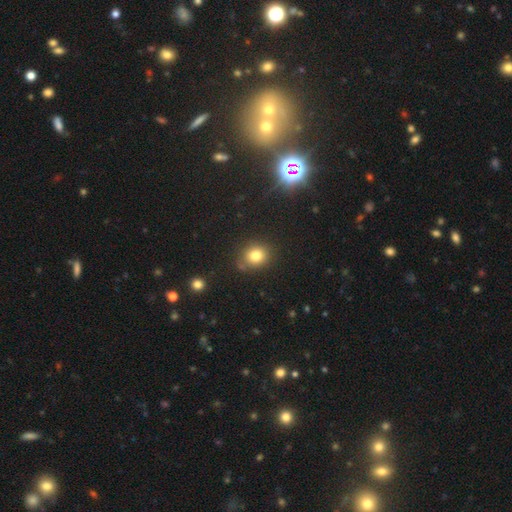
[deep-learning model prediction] A smooth galaxy with no disk features (79%) that is round (74%).

Vote fractions:
- Smooth or featured? smooth: 79% / star or artifact: 13% / featured or disk: 7%
- How rounded? round: 74% / in between: 25% / cigar-shaped: 1%
- Merging? none: 79% / minor disturbance: 13% / merger: 4% / major disturbance: 4%